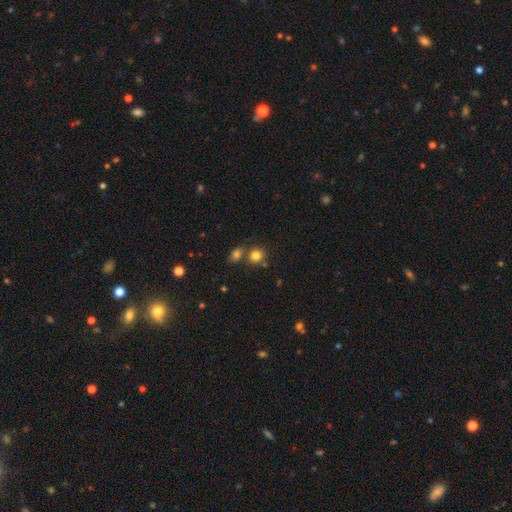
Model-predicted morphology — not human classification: This appears to be a smooth galaxy with no disk features (81%) that is round (80%). Merging: none (60%).